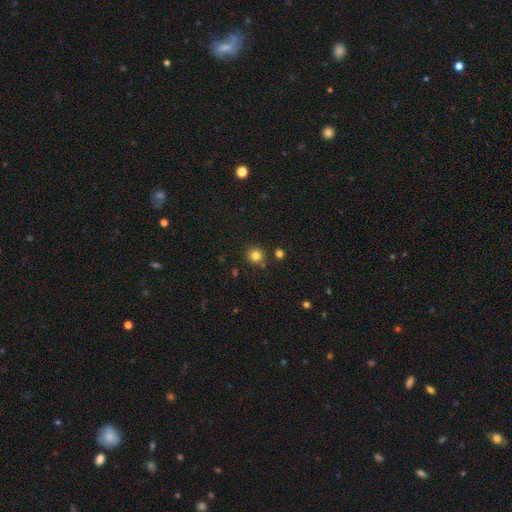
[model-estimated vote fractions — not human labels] A smooth galaxy with no disk features (81%) that is round (90%).

Vote fractions:
- Smooth or featured? smooth: 81% / star or artifact: 13% / featured or disk: 6%
- How rounded? round: 90% / in between: 9% / cigar-shaped: 1%
- Merging? none: 85% / minor disturbance: 7% / merger: 5% / major disturbance: 2%